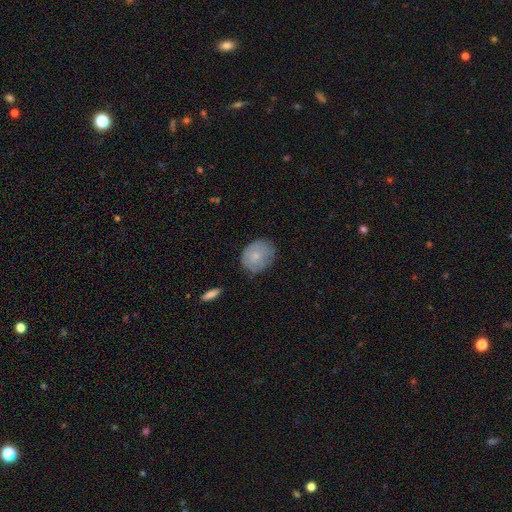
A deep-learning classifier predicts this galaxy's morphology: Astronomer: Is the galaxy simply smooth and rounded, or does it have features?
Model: smooth — 74%.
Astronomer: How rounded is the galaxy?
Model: round — 57% (runner-up: in between, 42%).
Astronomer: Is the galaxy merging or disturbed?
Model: none — 73%.